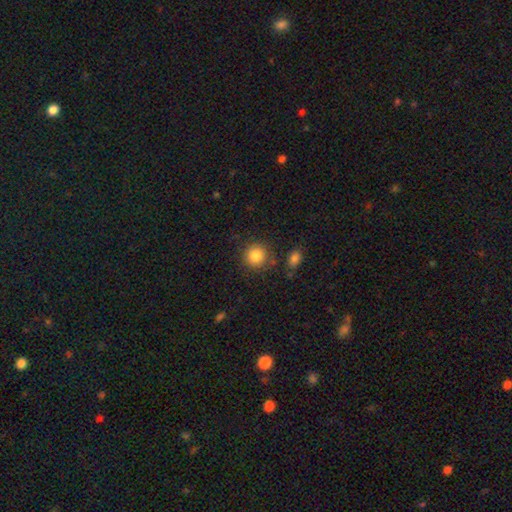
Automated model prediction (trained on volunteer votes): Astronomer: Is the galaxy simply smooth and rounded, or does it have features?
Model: smooth — 85%.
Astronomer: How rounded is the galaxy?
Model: round — 91%.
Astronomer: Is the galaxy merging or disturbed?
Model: none — 82%.